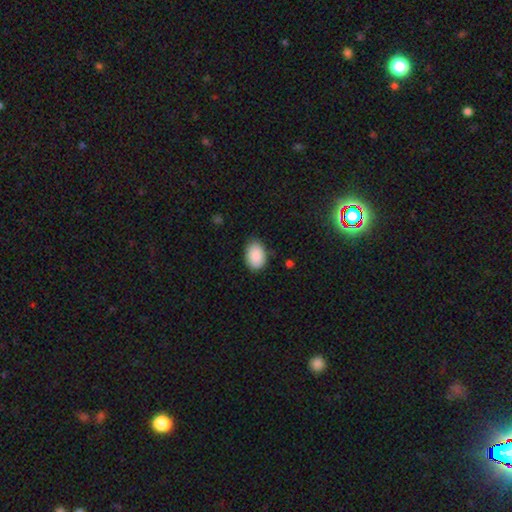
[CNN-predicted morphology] A smooth galaxy with no disk features (90%) that is in between round and cigar-shaped (86%).

Vote fractions:
- Smooth or featured? smooth: 90% / star or artifact: 6% / featured or disk: 4%
- How rounded? in between: 86% / round: 13% / cigar-shaped: 1%
- Merging? none: 82% / minor disturbance: 14% / major disturbance: 3% / merger: 1%